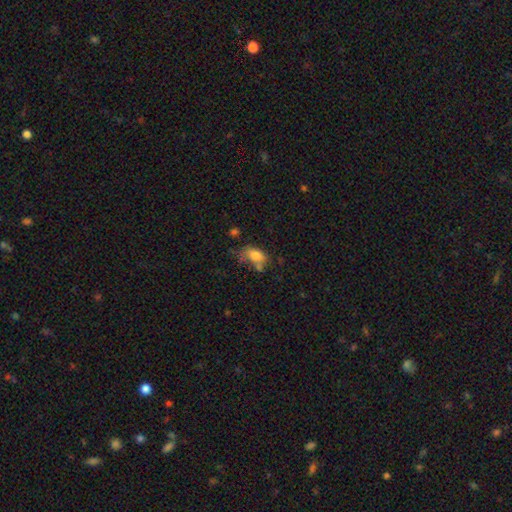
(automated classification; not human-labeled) A smooth galaxy with no disk features (76%) that is in between round and cigar-shaped (85%).

Vote fractions:
- Smooth or featured? smooth: 76% / featured or disk: 14% / star or artifact: 10%
- How rounded? in between: 85% / round: 13% / cigar-shaped: 2%
- Merging? none: 38% / minor disturbance: 27% / merger: 19% / major disturbance: 16%